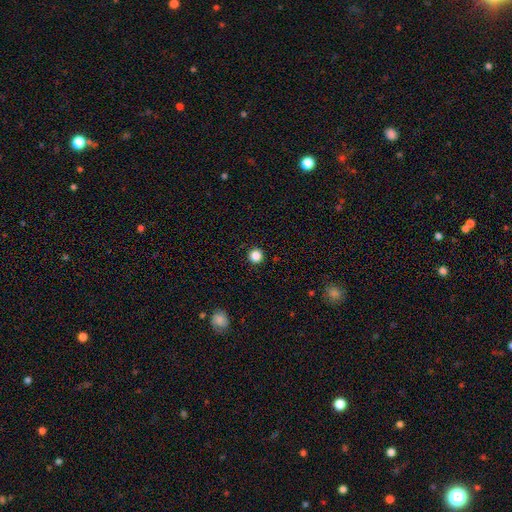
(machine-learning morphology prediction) smooth-or-featured: smooth: 85% | star or artifact: 11% | featured or disk: 3%
  how-rounded: round: 97% | in between: 2% | cigar-shaped: 1%
  merging: none: 93% | minor disturbance: 4% | major disturbance: 2% | merger: 1%